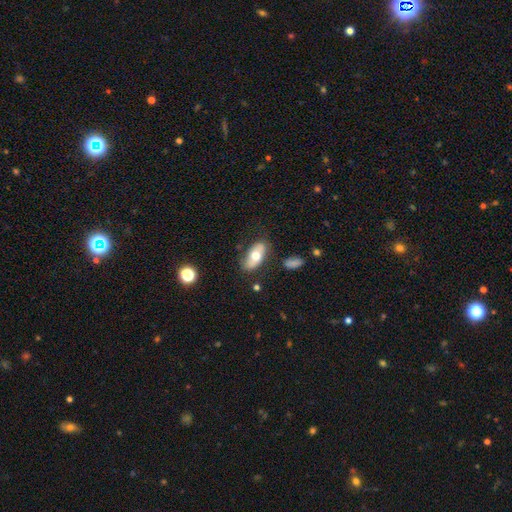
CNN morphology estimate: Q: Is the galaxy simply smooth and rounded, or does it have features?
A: smooth — 62%.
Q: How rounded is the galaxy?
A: in between — 90%.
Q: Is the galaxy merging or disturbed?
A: none — 76%.